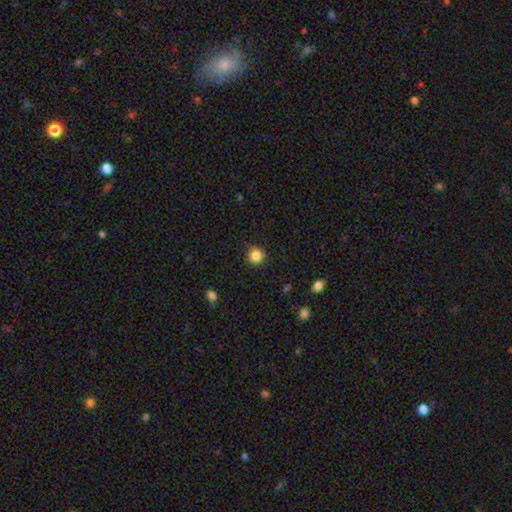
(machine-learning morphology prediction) type=smooth (85%); roundness=round (94%); merging=none (92%).